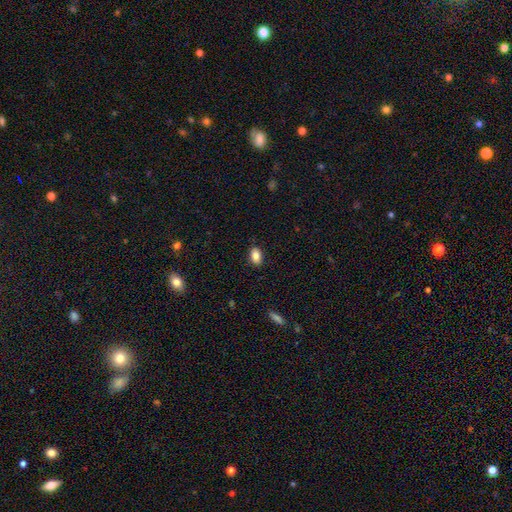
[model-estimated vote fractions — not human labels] smooth 85%, star or artifact 8%, featured or disk 7%. Down the decision tree: how rounded — in between (88%); merging — none (87%).